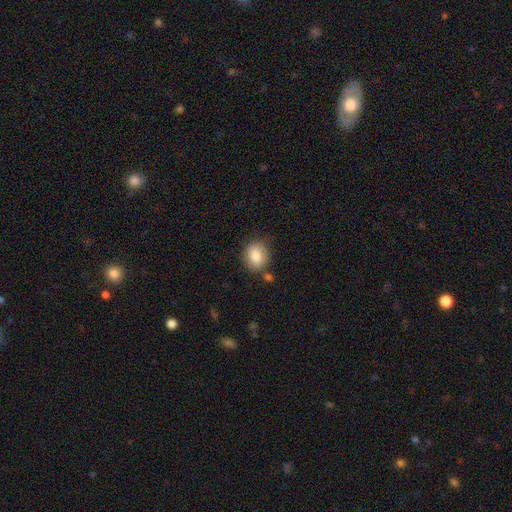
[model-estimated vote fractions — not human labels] Q: Smooth or featured?
A: smooth (83%); runner-up: featured or disk (9%)
Q: How rounded?
A: round (61%); runner-up: in between (38%)
Q: Merging?
A: none (76%); runner-up: minor disturbance (14%)